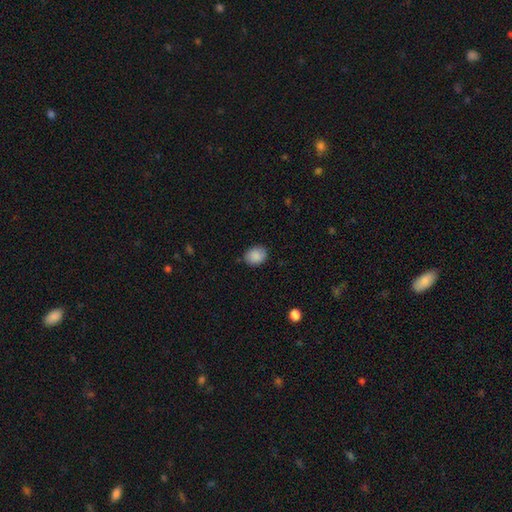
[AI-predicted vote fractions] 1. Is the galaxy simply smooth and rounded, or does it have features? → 88% smooth, 8% star or artifact, 4% featured or disk.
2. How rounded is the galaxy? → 50% in between, 49% round, 1% cigar-shaped.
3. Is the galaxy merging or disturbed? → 82% none, 14% minor disturbance, 3% major disturbance, 1% merger.